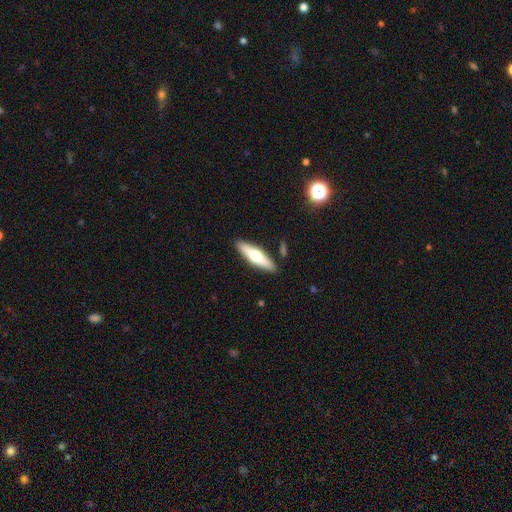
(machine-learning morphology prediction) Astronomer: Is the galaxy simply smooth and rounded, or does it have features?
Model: smooth — 51% (runner-up: featured or disk, 44%).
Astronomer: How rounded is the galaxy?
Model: cigar-shaped — 67%.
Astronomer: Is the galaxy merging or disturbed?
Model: none — 88%.